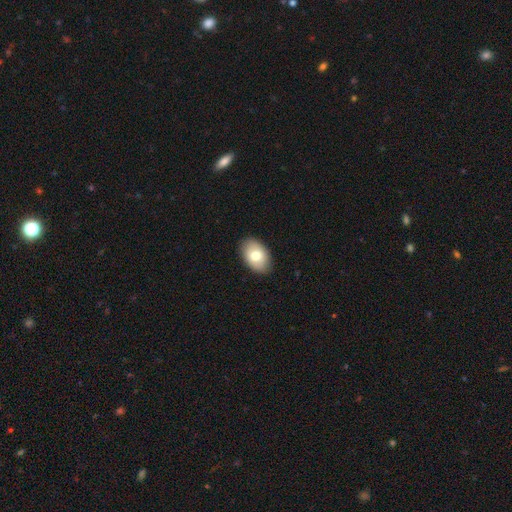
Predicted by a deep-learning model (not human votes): Q: Smooth or featured?
A: smooth (77%); runner-up: featured or disk (16%)
Q: How rounded?
A: in between (89%); runner-up: round (10%)
Q: Merging?
A: none (88%); runner-up: minor disturbance (9%)